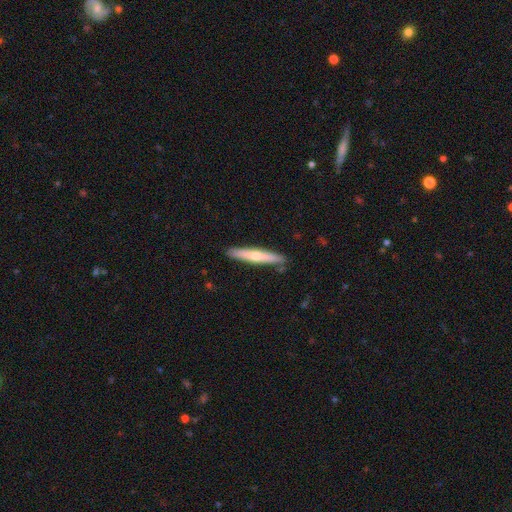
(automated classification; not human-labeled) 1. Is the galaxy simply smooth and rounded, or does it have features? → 51% smooth, 43% featured or disk, 5% star or artifact.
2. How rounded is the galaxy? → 93% cigar-shaped, 6% in between, 1% round.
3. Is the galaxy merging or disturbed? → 89% none, 8% minor disturbance, 2% merger, 1% major disturbance.